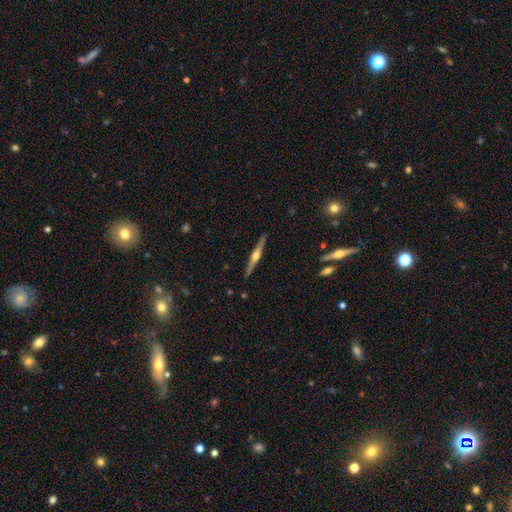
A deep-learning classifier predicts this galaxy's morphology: A featured or disk galaxy (76%) viewed edge-on (98%) with a rounded central bulge (92%).

Vote fractions:
- Smooth or featured? featured or disk: 76% / smooth: 18% / star or artifact: 6%
- Edge-on disk? yes: 98% / no: 2%
- Edge-on bulge? rounded: 92% / boxy: 4% / none: 3%
- Merging? none: 91% / minor disturbance: 7% / major disturbance: 1% / merger: 1%